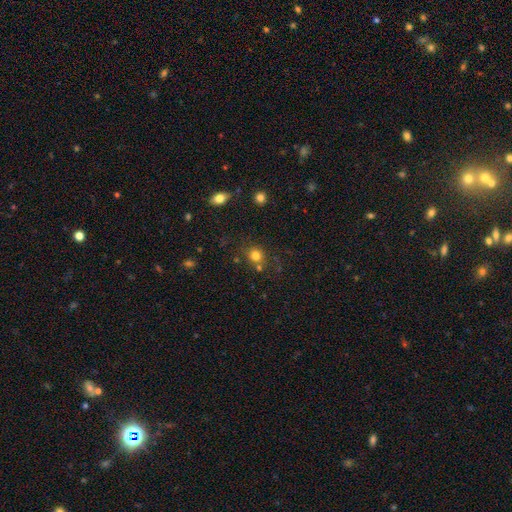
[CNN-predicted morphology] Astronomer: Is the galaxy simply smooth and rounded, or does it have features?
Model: smooth — 78%.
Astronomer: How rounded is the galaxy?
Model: round — 83%.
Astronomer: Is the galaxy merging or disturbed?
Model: none — 72%.